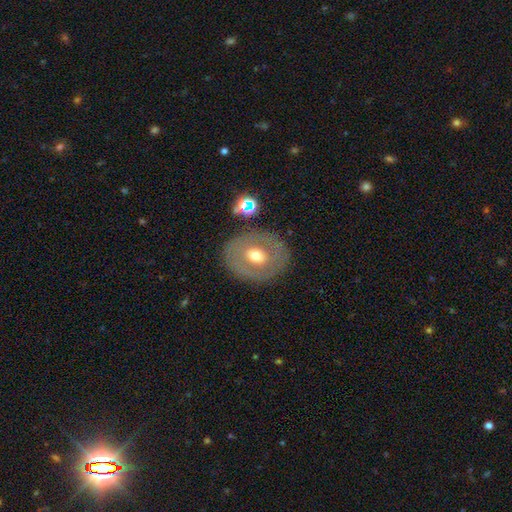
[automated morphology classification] Smooth or featured?
  - featured or disk: 48% *
  - smooth: 45%
  - star or artifact: 8%
Merging?
  - none: 82% *
  - minor disturbance: 10%
  - major disturbance: 5%
  - merger: 3%